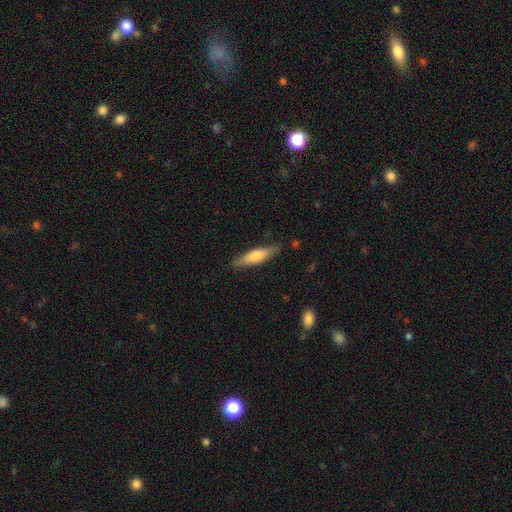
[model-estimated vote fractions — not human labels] Smooth or featured? smooth (68%)
How rounded? cigar-shaped (73%)
Merging? none (83%)